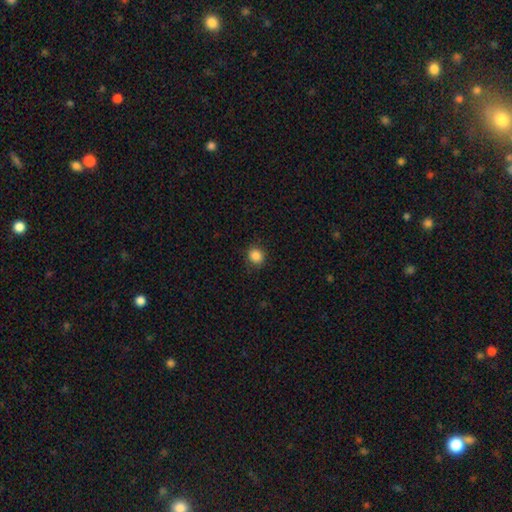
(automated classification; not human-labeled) smooth-or-featured: smooth: 87% | star or artifact: 10% | featured or disk: 3%
  how-rounded: round: 85% | in between: 14% | cigar-shaped: 1%
  merging: none: 88% | minor disturbance: 8% | major disturbance: 2% | merger: 1%